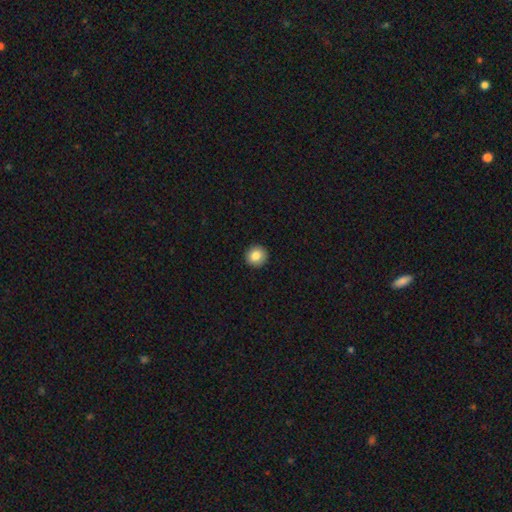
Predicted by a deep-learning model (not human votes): Q: Smooth or featured?
A: smooth (84%); runner-up: star or artifact (9%)
Q: How rounded?
A: round (91%); runner-up: in between (8%)
Q: Merging?
A: none (92%); runner-up: minor disturbance (5%)